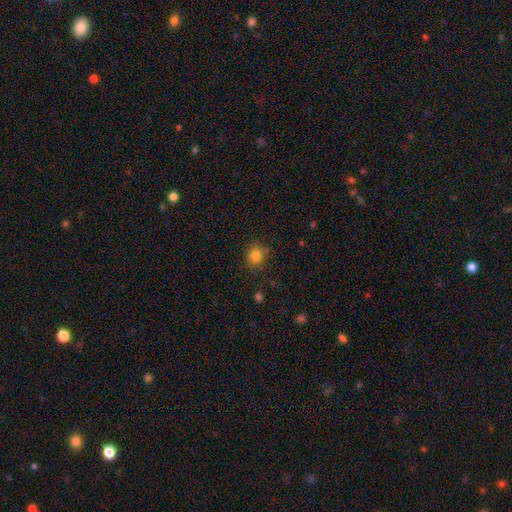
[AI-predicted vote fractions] A smooth galaxy with no disk features (82%) that is round (79%). Merging: none (80%).